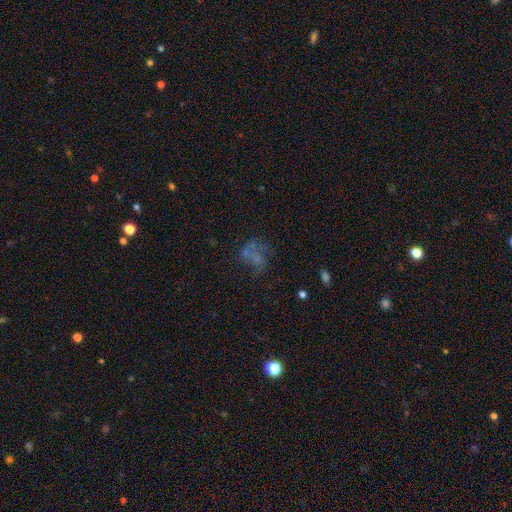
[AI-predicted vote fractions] This appears to be a featured or disk galaxy (45%). Merging: none (40%).